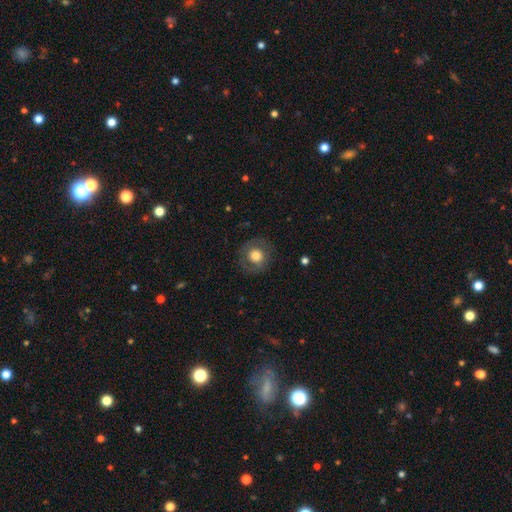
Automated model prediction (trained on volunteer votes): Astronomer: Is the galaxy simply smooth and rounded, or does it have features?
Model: smooth — 69%.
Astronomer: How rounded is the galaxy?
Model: round — 91%.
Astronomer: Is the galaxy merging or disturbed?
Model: none — 83%.